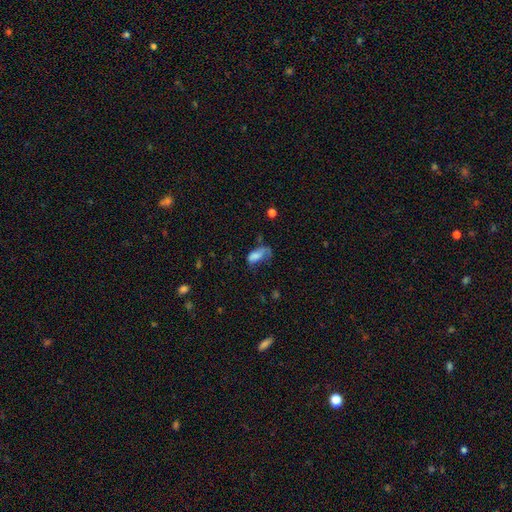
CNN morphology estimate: Q: Smooth or featured?
A: smooth (68%); runner-up: featured or disk (22%)
Q: How rounded?
A: in between (87%); runner-up: cigar-shaped (9%)
Q: Merging?
A: major disturbance (48%); runner-up: minor disturbance (24%)